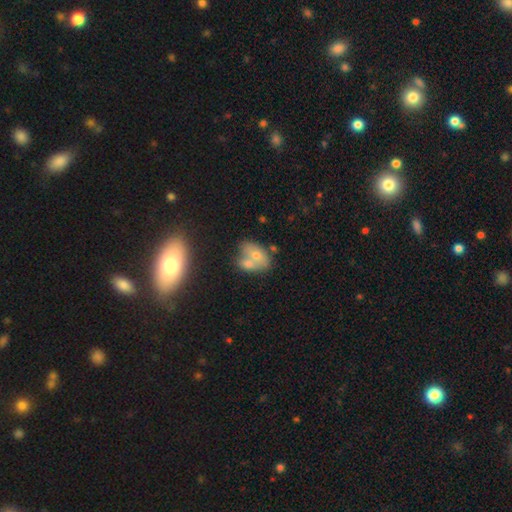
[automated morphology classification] smooth_or_featured: smooth (p=0.63) [alt: featured or disk p=0.27]
how_rounded: in between (p=0.76) [alt: round p=0.22]
merging: merger (p=0.61) [alt: none p=0.26]